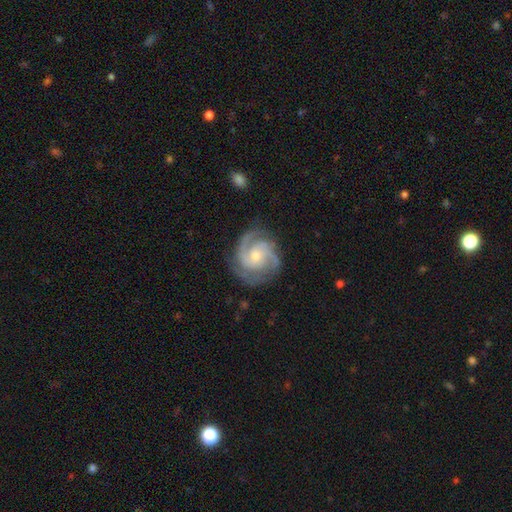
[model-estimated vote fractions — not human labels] Smooth or featured?
  - featured or disk: 89% *
  - smooth: 6%
  - star or artifact: 4%
Edge-on disk?
  - no: 98% *
  - yes: 2%
Bar?
  - no: 68% *
  - weak: 27%
  - strong: 5%
Spiral arms?
  - yes: 98% *
  - no: 2%
Spiral winding?
  - tight: 52% *
  - medium: 41%
  - loose: 6%
Spiral arm count?
  - 3: 49% *
  - 2: 27%
  - can't tell: 9%
  - 4: 6%
  - 1: 4%
  - more than 4: 4%
Bulge size?
  - small: 49% *
  - moderate: 46%
  - large: 2%
  - none: 1%
  - dominant: 1%
Merging?
  - none: 78% *
  - minor disturbance: 15%
  - major disturbance: 5%
  - merger: 1%